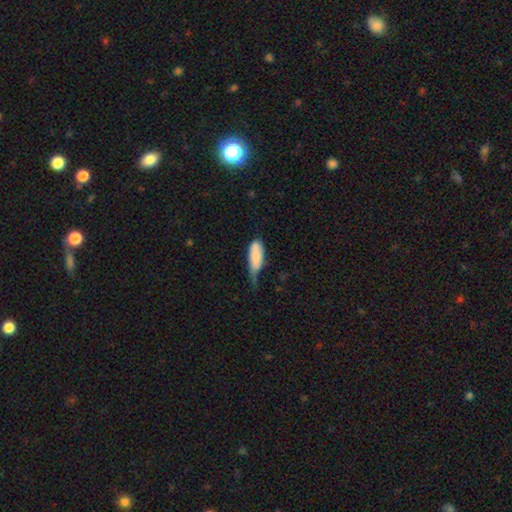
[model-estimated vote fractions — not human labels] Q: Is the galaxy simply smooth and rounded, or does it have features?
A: smooth — 80%.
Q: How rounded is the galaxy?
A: in between — 76%.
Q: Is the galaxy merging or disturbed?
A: minor disturbance — 48%.